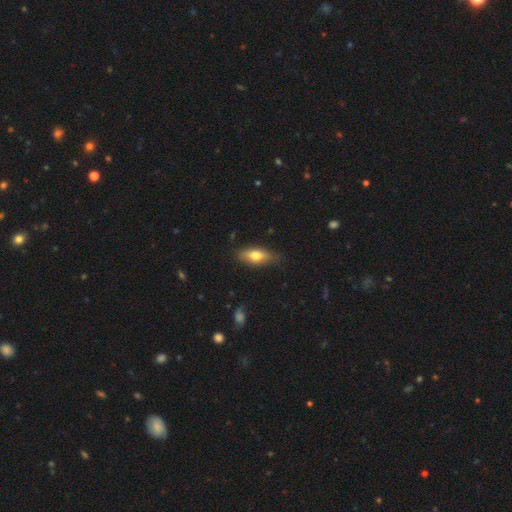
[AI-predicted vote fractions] A smooth galaxy with no disk features (65%) that is in between round and cigar-shaped (71%). Merging: none (79%).